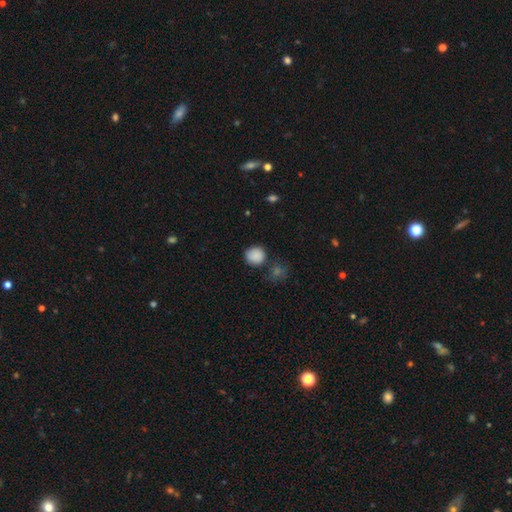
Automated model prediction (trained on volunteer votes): This is clearly a smooth galaxy (87%). How rounded: clearly round (84%). Merging: likely none (74%).